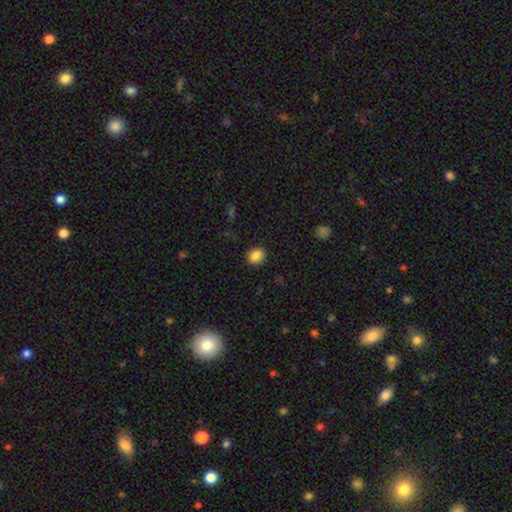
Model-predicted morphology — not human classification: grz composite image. It shows a smooth galaxy with no disk features (86%) that is round (62%). Merging: none (89%).